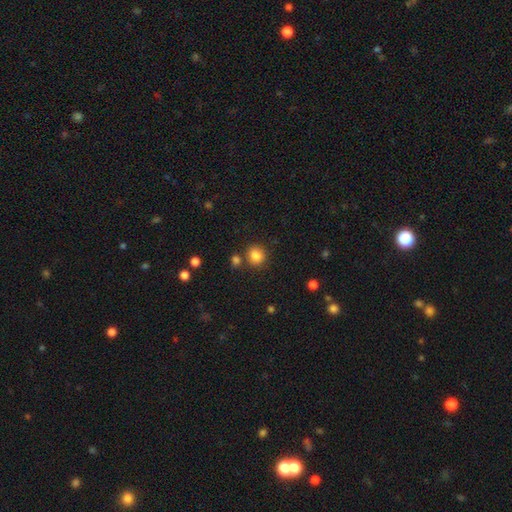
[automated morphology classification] This is clearly a smooth galaxy (85%). How rounded: clearly round (82%). Merging: likely none (79%).